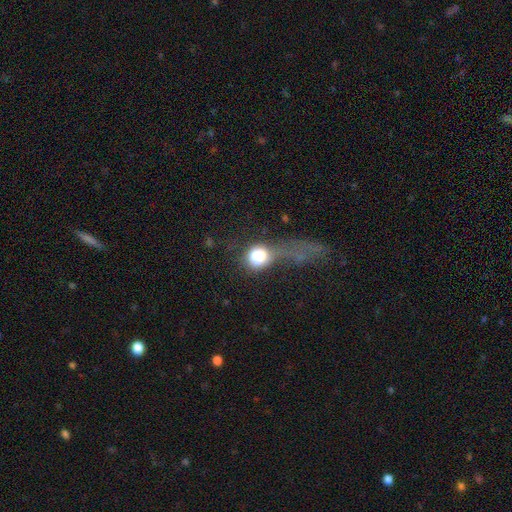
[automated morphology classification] The model was most divided on "merging": major disturbance: 53%, none: 19%, minor disturbance: 17%, merger: 11%. More confident: smooth or featured — smooth (69%); how rounded — round (67%).